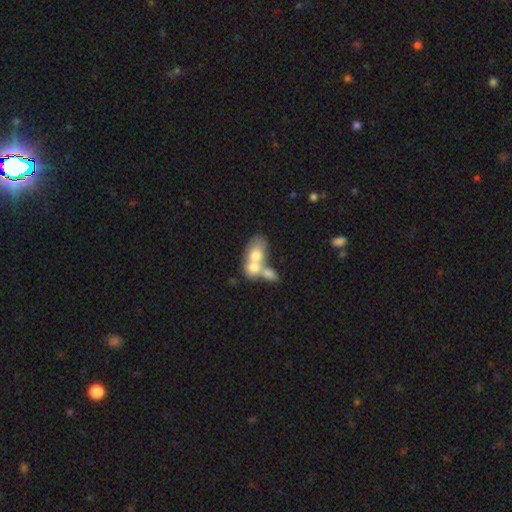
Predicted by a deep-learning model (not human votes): Smooth or featured: smooth — 61% (featured or disk — 31%)
How rounded: in between — 77% (round — 20%)
Merging: merger — 76% (none — 13%)